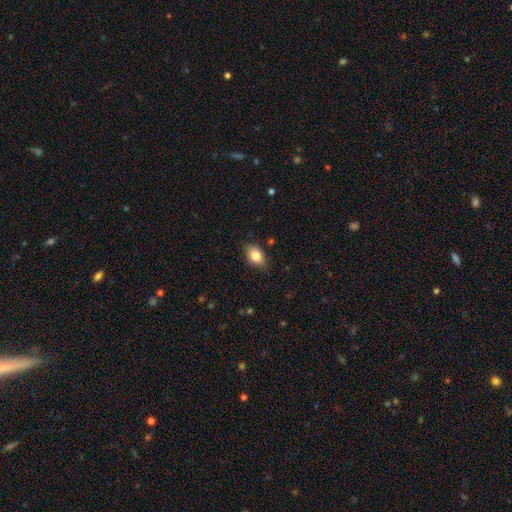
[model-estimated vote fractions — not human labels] Smooth or featured?
  - smooth: 83% *
  - featured or disk: 9%
  - star or artifact: 8%
How rounded?
  - in between: 84% *
  - round: 14%
  - cigar-shaped: 2%
Merging?
  - none: 82% *
  - minor disturbance: 15%
  - major disturbance: 3%
  - merger: 1%